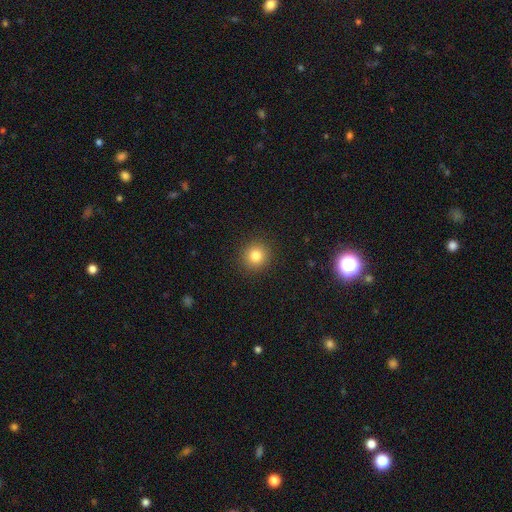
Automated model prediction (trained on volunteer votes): Morphology: type=smooth (82%); roundness=round (92%); merging=none (91%).